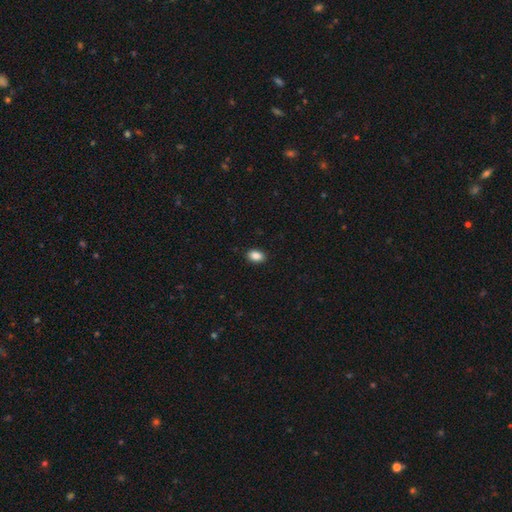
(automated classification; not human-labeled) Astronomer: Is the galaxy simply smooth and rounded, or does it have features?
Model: smooth — 88%.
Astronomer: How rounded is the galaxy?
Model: in between — 85%.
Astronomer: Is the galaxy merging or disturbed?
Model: none — 90%.